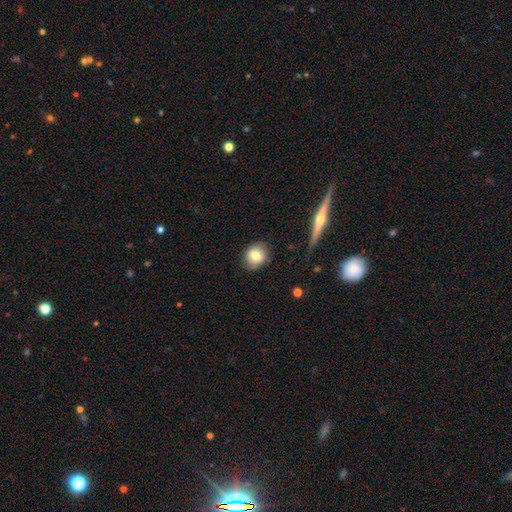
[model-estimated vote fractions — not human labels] smooth 73%, featured or disk 18%, star or artifact 9%. Down the decision tree: how rounded — round (69%); merging — none (83%).